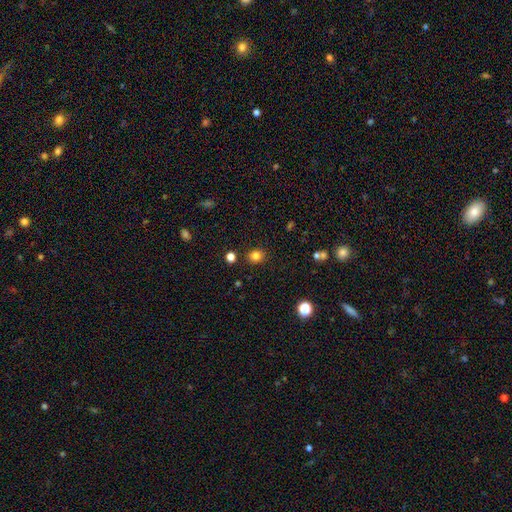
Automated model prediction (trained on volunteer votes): The model was most divided on "how rounded": round: 77%, in between: 22%, cigar-shaped: 1%. More confident: merging — none (88%); smooth or featured — smooth (81%).